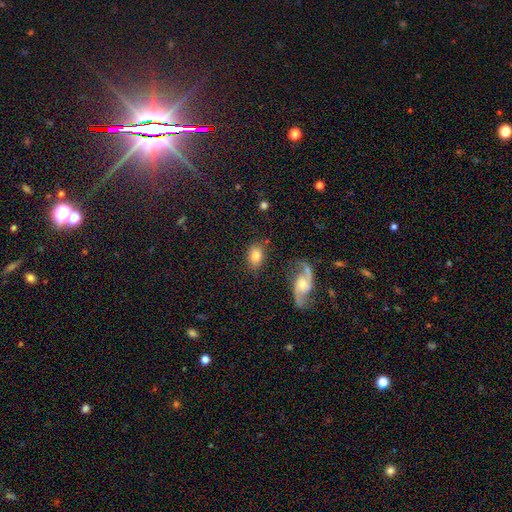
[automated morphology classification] A smooth galaxy with no disk features (75%) that is in between round and cigar-shaped (80%).

Vote fractions:
- Smooth or featured? smooth: 75% / featured or disk: 17% / star or artifact: 8%
- How rounded? in between: 80% / round: 19% / cigar-shaped: 2%
- Merging? none: 76% / minor disturbance: 13% / merger: 6% / major disturbance: 5%